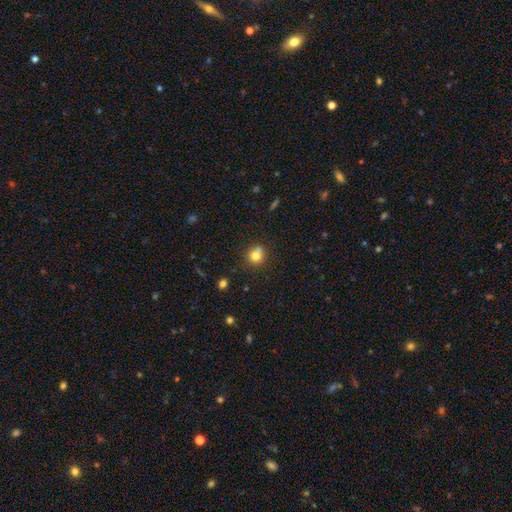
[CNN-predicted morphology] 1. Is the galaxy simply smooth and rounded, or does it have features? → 78% smooth, 13% star or artifact, 10% featured or disk.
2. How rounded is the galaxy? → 89% round, 10% in between, 1% cigar-shaped.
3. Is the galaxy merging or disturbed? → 66% none, 18% merger, 12% minor disturbance, 4% major disturbance.